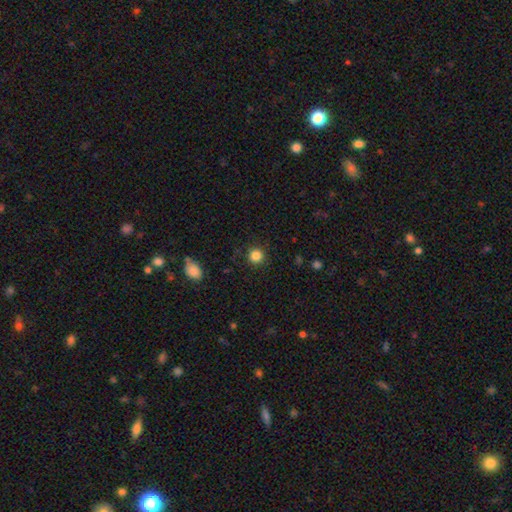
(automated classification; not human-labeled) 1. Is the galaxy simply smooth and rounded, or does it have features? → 85% smooth, 11% star or artifact, 4% featured or disk.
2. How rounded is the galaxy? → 94% round, 5% in between, 1% cigar-shaped.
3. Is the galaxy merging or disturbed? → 90% none, 6% minor disturbance, 2% major disturbance, 1% merger.